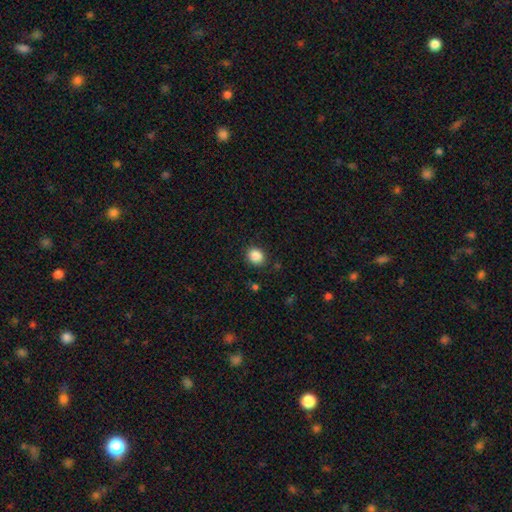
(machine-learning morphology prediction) smooth-or-featured: smooth: 87% | star or artifact: 9% | featured or disk: 3%
  how-rounded: round: 67% | in between: 33% | cigar-shaped: 1%
  merging: none: 87% | minor disturbance: 8% | major disturbance: 3% | merger: 1%